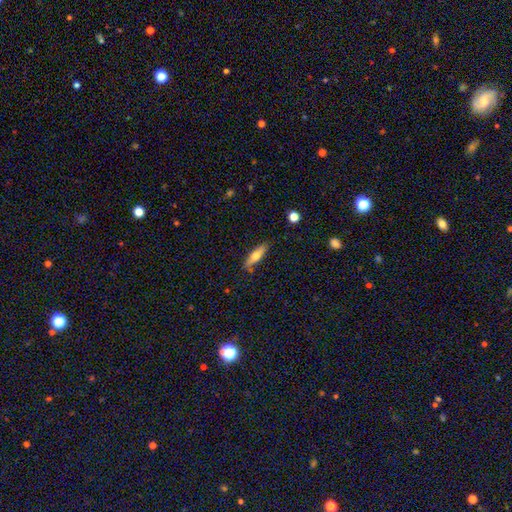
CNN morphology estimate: Smooth or featured? Predicted: smooth (p=0.61). How rounded? Predicted: cigar-shaped (p=0.61). Merging? Predicted: none (p=0.85).